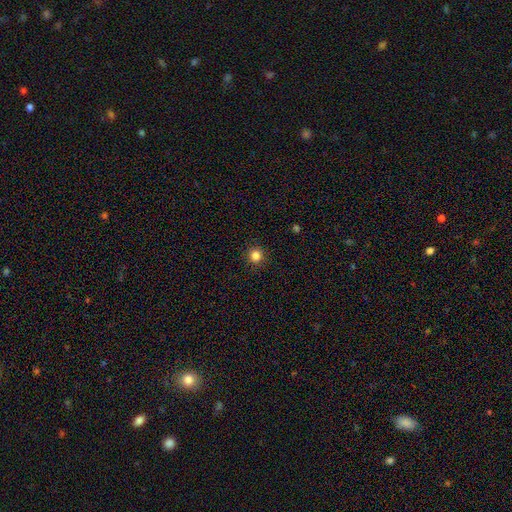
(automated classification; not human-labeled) Morphology: type=smooth (83%); roundness=round (94%); merging=none (92%).